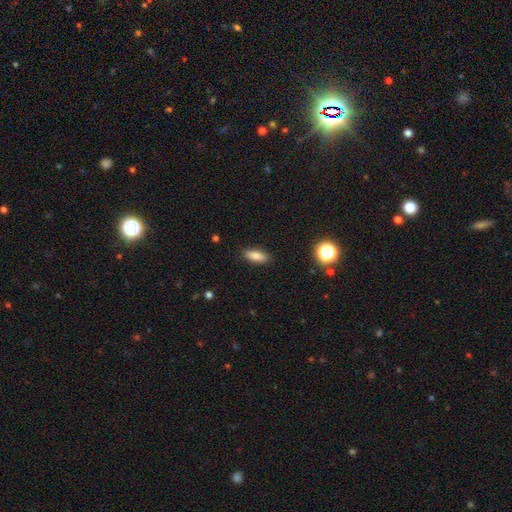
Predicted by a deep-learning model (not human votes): Morphology: type=smooth (83%); roundness=in between (75%); merging=none (89%).